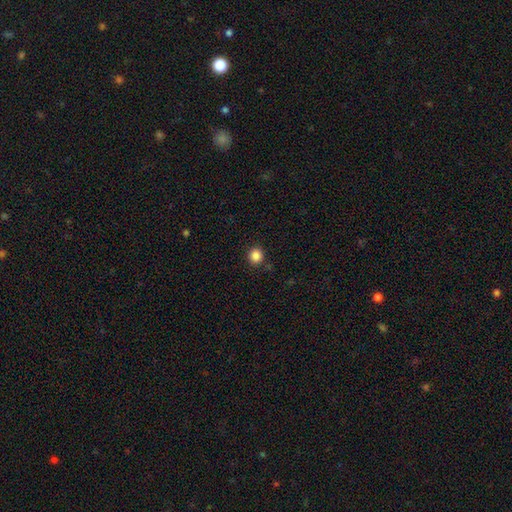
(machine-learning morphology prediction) This appears to be a smooth galaxy with no disk features (86%) that is round (89%). Merging: none (89%).